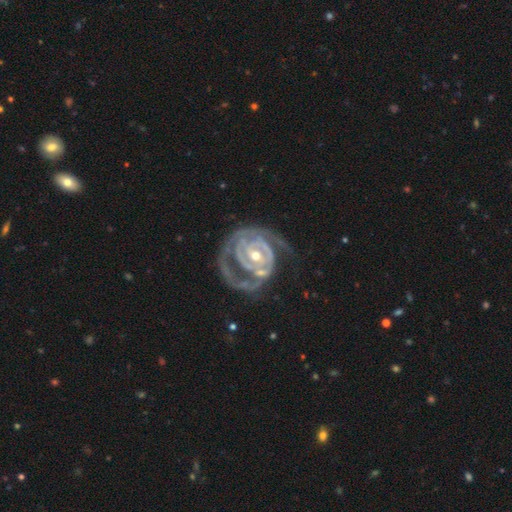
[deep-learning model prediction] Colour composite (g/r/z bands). It shows a featured or disk galaxy (90%) with no bar (39%), 2 (46%) tight (66%) spiral arms (93%) and a moderate central bulge (52%). Merging: none (43%).